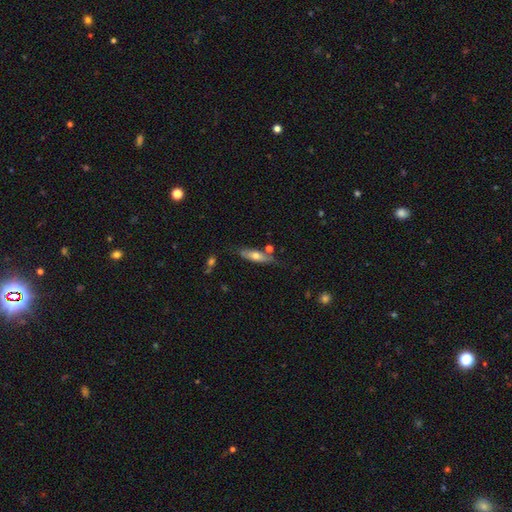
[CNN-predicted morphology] Overall: smooth (57%; featured or disk 37%). How rounded: cigar-shaped (54%; in between 43%). Merging: none (70%).